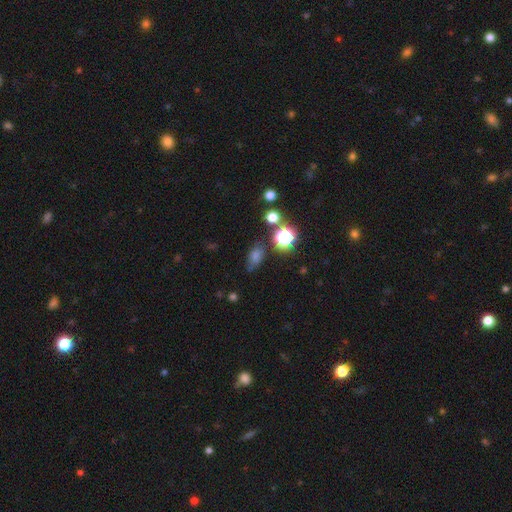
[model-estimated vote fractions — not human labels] Smooth or featured: smooth — 48% (star or artifact — 39%)
Merging: none — 70% (minor disturbance — 16%)